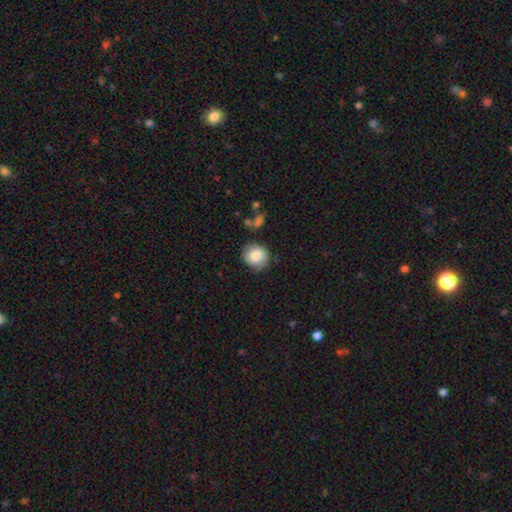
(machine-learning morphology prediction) Overall: smooth (82%). How rounded: round (88%). Merging: none (76%).